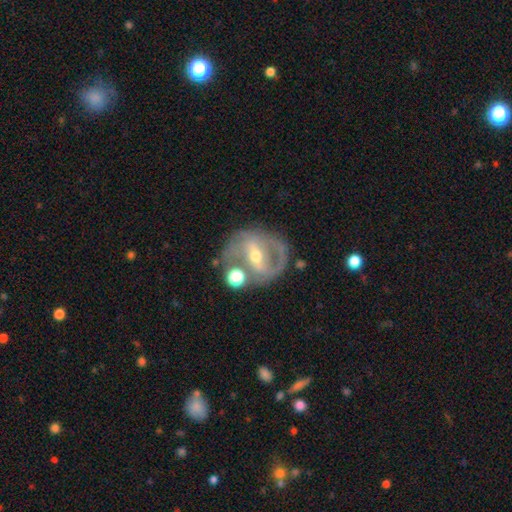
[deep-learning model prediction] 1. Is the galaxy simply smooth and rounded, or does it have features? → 76% featured or disk, 16% smooth, 8% star or artifact.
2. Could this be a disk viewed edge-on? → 94% no, 6% yes.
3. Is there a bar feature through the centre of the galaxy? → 51% strong, 33% weak, 16% no.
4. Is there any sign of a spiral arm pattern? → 62% yes, 38% no.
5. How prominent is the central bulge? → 56% moderate, 39% small, 3% large, 1% none, 1% dominant.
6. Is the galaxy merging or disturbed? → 60% none, 17% minor disturbance, 12% merger, 11% major disturbance.